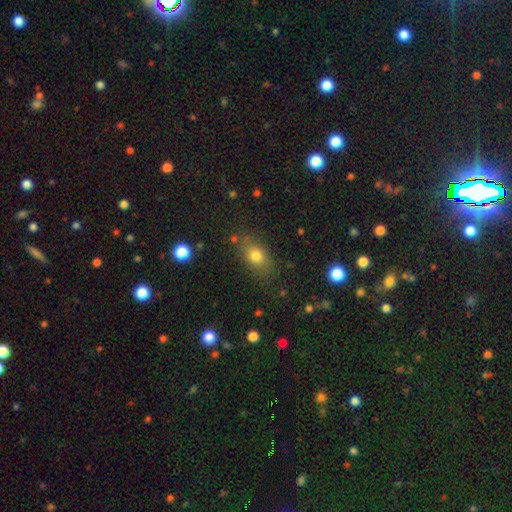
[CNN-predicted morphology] This is likely a smooth galaxy (75%). How rounded: likely in between (72%). Merging: likely none (78%).